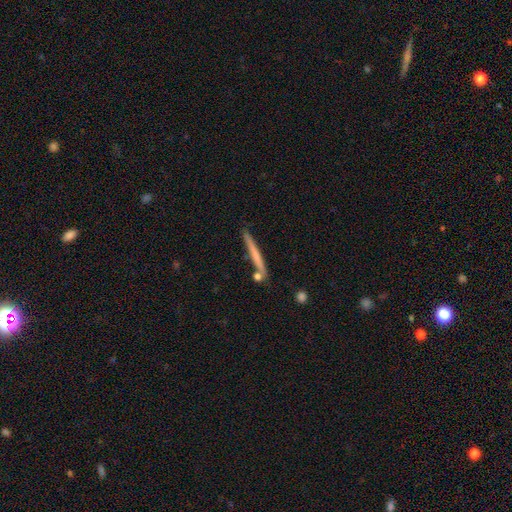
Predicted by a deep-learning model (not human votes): Smooth or featured?
  - smooth: 56% *
  - featured or disk: 38%
  - star or artifact: 6%
How rounded?
  - cigar-shaped: 96% *
  - in between: 2%
  - round: 2%
Merging?
  - none: 79% *
  - minor disturbance: 11%
  - merger: 7%
  - major disturbance: 2%